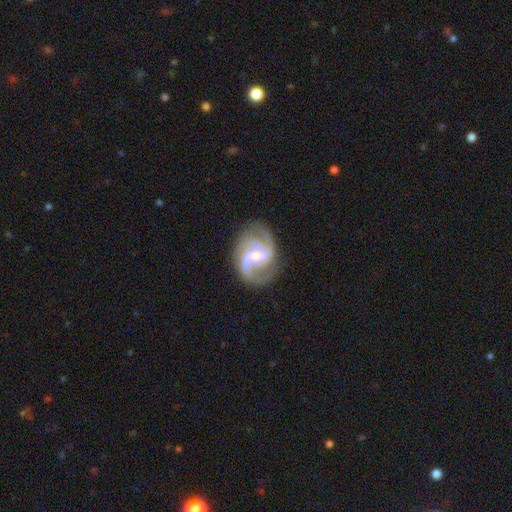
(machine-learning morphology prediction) Smooth or featured: featured or disk — 89% (smooth — 6%)
Edge-on disk: no — 98% (yes — 2%)
Bar: weak — 48% (no — 37%)
Spiral arms: yes — 97% (no — 3%)
Spiral winding: medium — 55% (loose — 27%)
Spiral arm count: 2 — 54% (3 — 28%)
Bulge size: small — 59% (moderate — 36%)
Merging: none — 73% (minor disturbance — 16%)